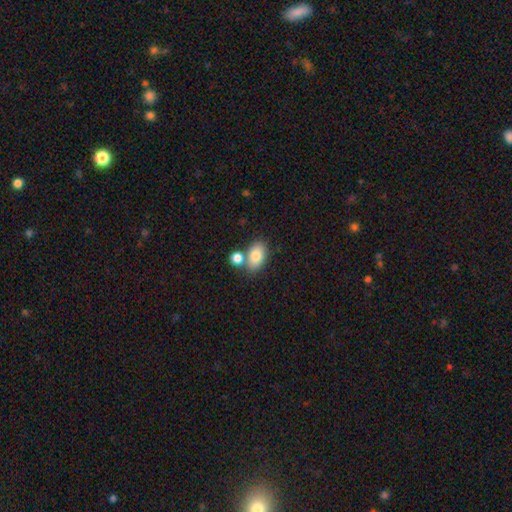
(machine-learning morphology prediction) smooth_or_featured: smooth (p=0.80) [alt: featured or disk p=0.12]
how_rounded: in between (p=0.85) [alt: round p=0.14]
merging: none (p=0.58) [alt: merger p=0.27]